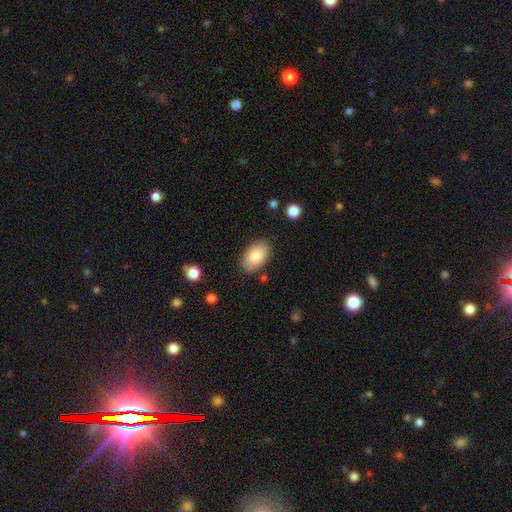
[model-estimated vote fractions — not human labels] Morphology: type=smooth (84%); roundness=in between (92%); merging=none (84%).